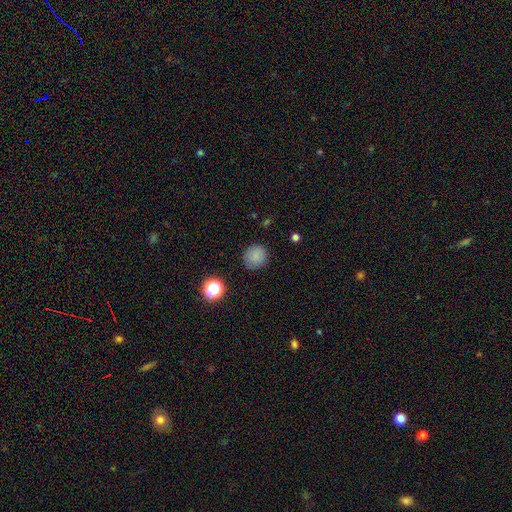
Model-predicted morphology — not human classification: Smooth or featured?
  - smooth: 81% *
  - star or artifact: 14%
  - featured or disk: 5%
How rounded?
  - round: 92% *
  - in between: 7%
  - cigar-shaped: 1%
Merging?
  - none: 87% *
  - minor disturbance: 9%
  - major disturbance: 3%
  - merger: 1%